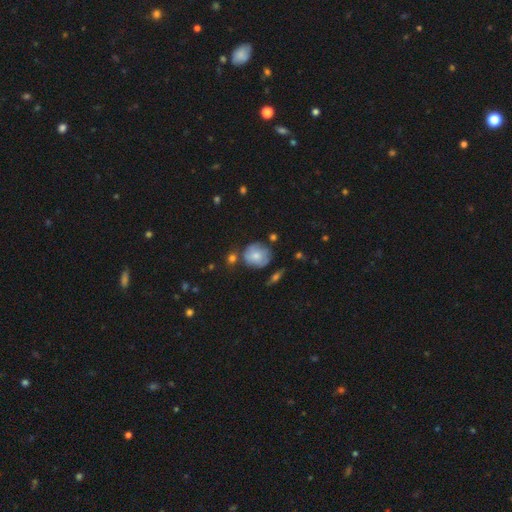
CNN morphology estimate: smooth_or_featured: smooth (p=0.63) [alt: featured or disk p=0.29]
how_rounded: round (p=0.79) [alt: in between p=0.20]
merging: none (p=0.58) [alt: minor disturbance p=0.26]